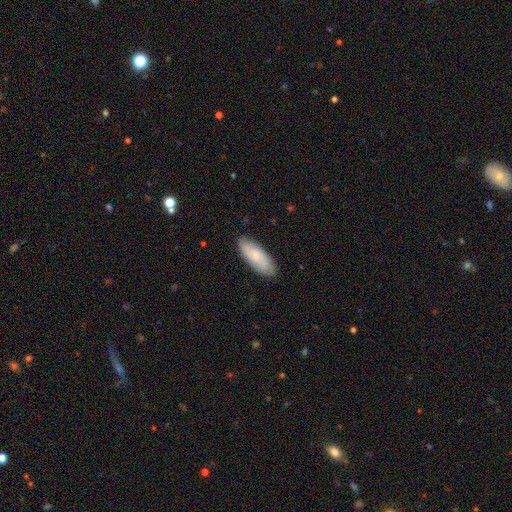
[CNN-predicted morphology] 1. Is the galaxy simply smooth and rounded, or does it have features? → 76% smooth, 19% featured or disk, 6% star or artifact.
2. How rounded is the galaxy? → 74% in between, 25% cigar-shaped, 2% round.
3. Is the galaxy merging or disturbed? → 86% none, 12% minor disturbance, 2% major disturbance, 1% merger.